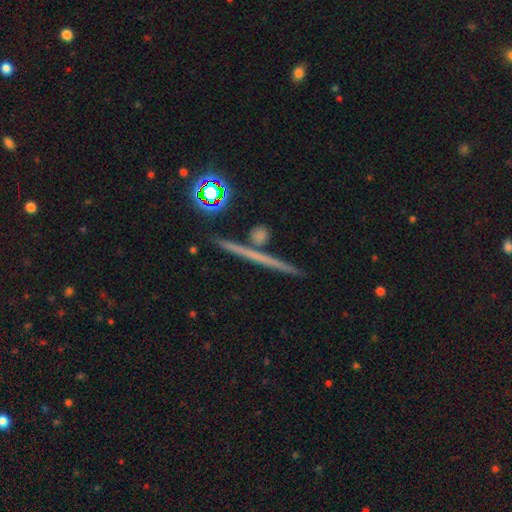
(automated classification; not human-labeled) The model was most divided on "smooth or featured": featured or disk: 58%, smooth: 28%, star or artifact: 14%. More confident: edge-on disk — yes (96%); merging — none (86%); edge-on bulge — none (81%).